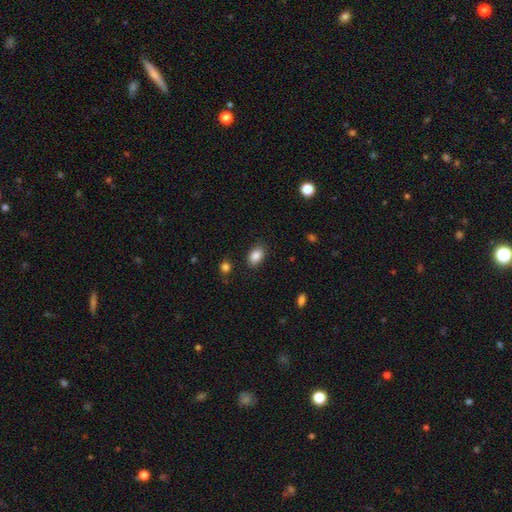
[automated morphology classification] Overall: smooth (87%). How rounded: in between (86%). Merging: none (85%).